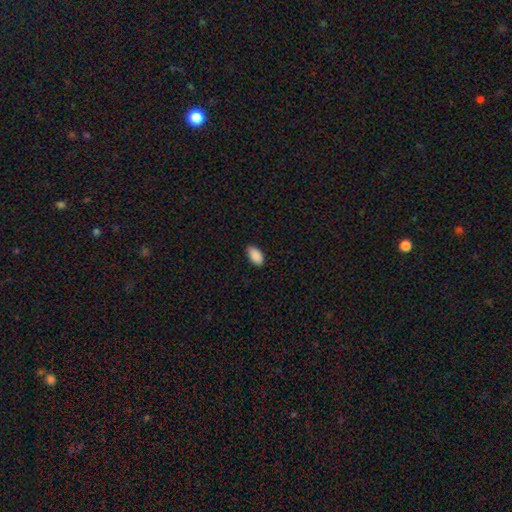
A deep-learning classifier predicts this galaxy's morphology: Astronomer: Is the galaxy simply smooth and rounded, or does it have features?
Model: smooth — 90%.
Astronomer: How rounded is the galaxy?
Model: in between — 94%.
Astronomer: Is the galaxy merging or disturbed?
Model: none — 82%.